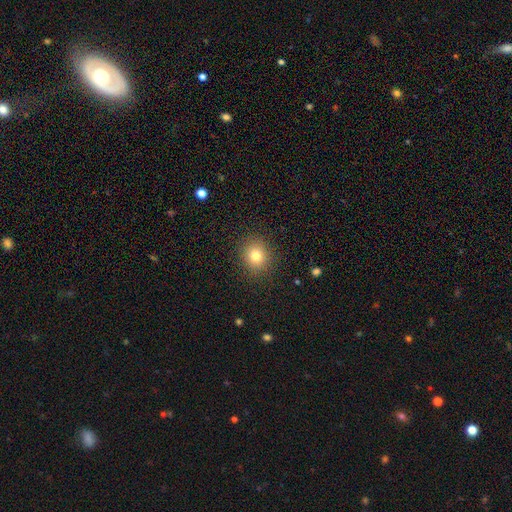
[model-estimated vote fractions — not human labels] Smooth or featured: smooth — 80% (star or artifact — 12%)
How rounded: round — 74% (in between — 25%)
Merging: none — 89% (minor disturbance — 8%)